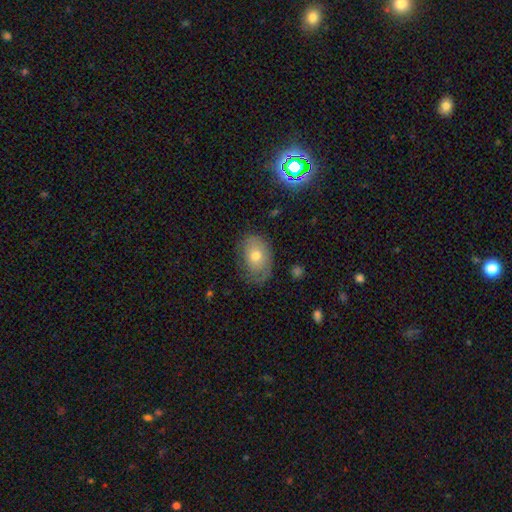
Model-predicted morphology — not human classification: Smooth or featured: smooth — 59% (featured or disk — 31%)
How rounded: in between — 80% (round — 19%)
Merging: none — 63% (minor disturbance — 25%)